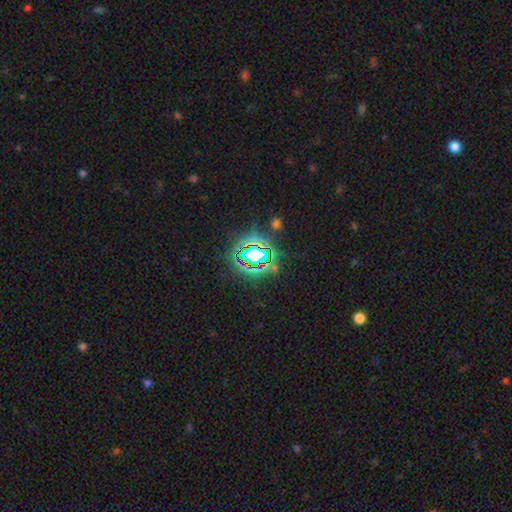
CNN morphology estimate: The model was most divided on "smooth or featured": star or artifact: 73%, smooth: 17%, featured or disk: 11%.